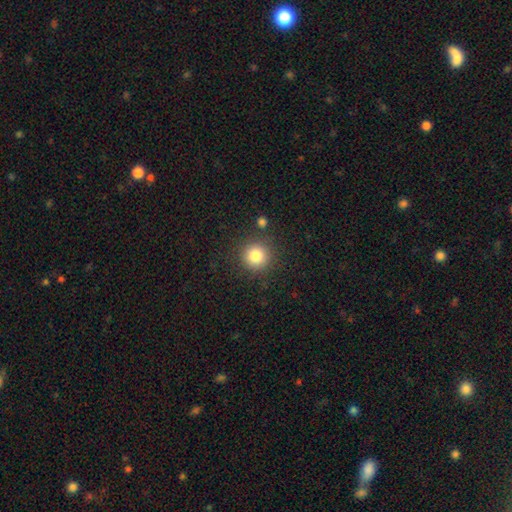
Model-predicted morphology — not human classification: A smooth galaxy with no disk features (82%) that is round (94%).

Vote fractions:
- Smooth or featured? smooth: 82% / star or artifact: 11% / featured or disk: 6%
- How rounded? round: 94% / in between: 5% / cigar-shaped: 1%
- Merging? none: 86% / minor disturbance: 8% / merger: 3% / major disturbance: 3%